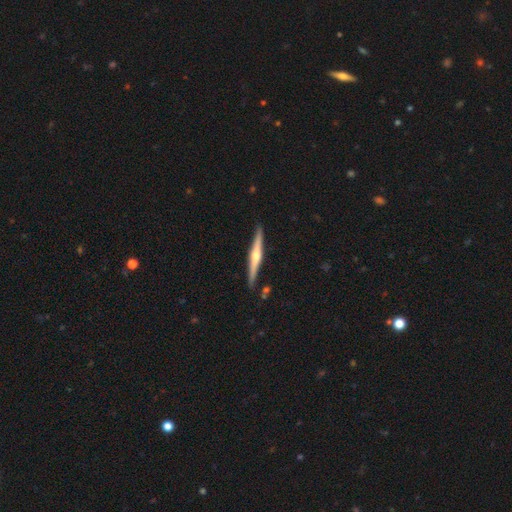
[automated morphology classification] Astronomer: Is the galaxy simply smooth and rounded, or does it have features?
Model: featured or disk — 74%.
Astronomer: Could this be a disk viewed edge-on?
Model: yes — 98%.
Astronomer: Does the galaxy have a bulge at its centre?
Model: rounded — 90%.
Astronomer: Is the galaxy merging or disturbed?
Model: none — 89%.